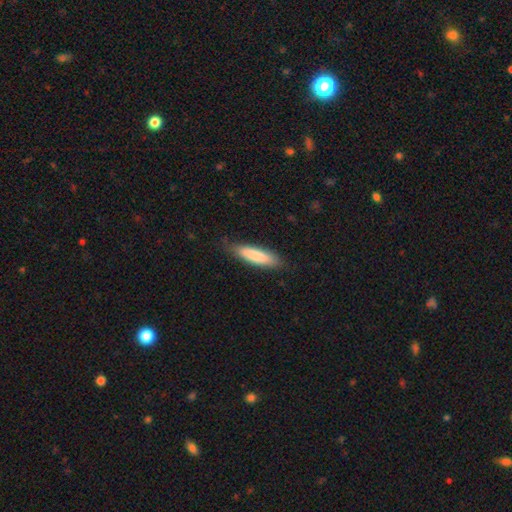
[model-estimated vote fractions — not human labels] smooth-or-featured: smooth: 83% | featured or disk: 12% | star or artifact: 5%
  how-rounded: cigar-shaped: 71% | in between: 27% | round: 1%
  merging: none: 80% | minor disturbance: 16% | major disturbance: 3% | merger: 1%